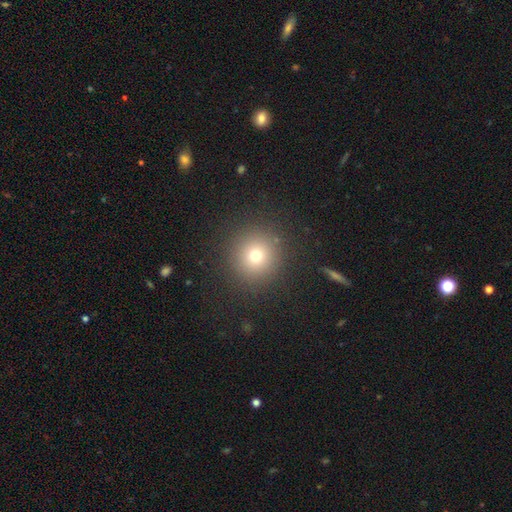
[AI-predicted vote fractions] Morphology: type=smooth (72%); roundness=round (94%); merging=none (89%).